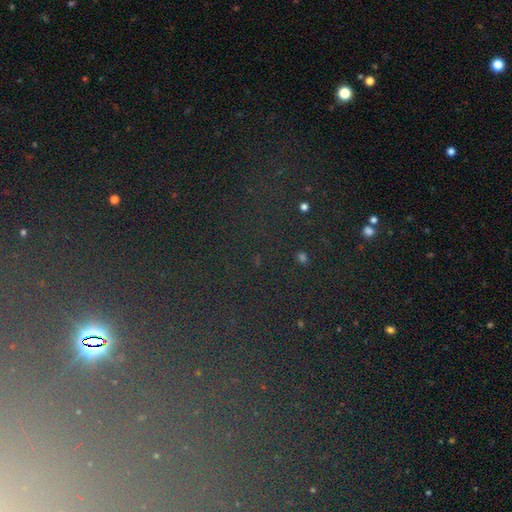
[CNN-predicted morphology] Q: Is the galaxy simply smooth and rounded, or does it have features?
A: star or artifact — 70%.